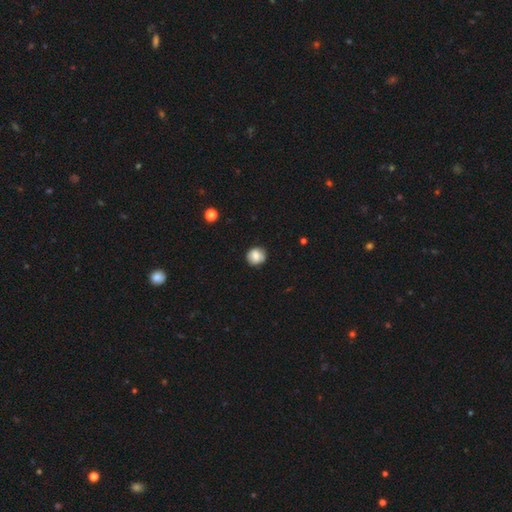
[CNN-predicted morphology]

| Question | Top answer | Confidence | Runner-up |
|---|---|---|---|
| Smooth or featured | smooth | 80% | featured or disk (11%) |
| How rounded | round | 89% | in between (10%) |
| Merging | none | 84% | minor disturbance (12%) |